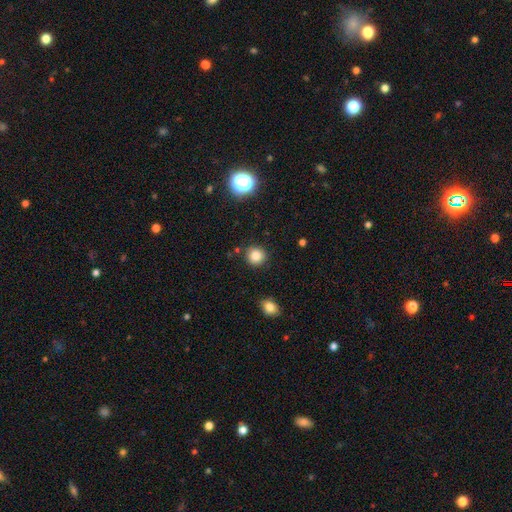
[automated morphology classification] Smooth or featured: smooth — 83% (star or artifact — 12%)
How rounded: round — 89% (in between — 10%)
Merging: none — 86% (minor disturbance — 8%)